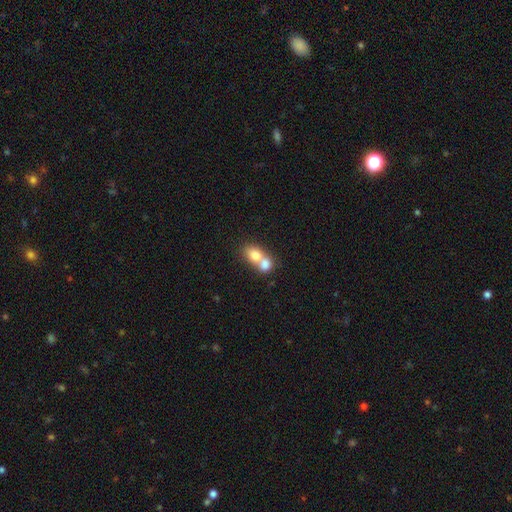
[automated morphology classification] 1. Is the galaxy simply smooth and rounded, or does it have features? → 74% smooth, 17% featured or disk, 8% star or artifact.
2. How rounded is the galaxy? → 56% in between, 43% round, 2% cigar-shaped.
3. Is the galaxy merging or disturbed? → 74% merger, 18% none, 5% minor disturbance, 3% major disturbance.